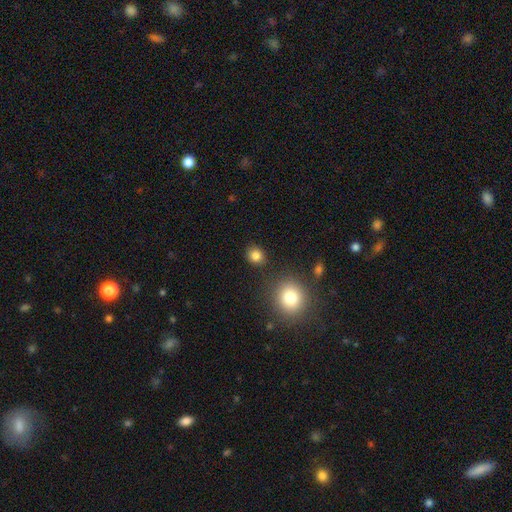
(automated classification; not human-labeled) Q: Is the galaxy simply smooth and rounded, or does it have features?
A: smooth — 83%.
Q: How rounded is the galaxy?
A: round — 77%.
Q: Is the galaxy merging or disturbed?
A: none — 86%.